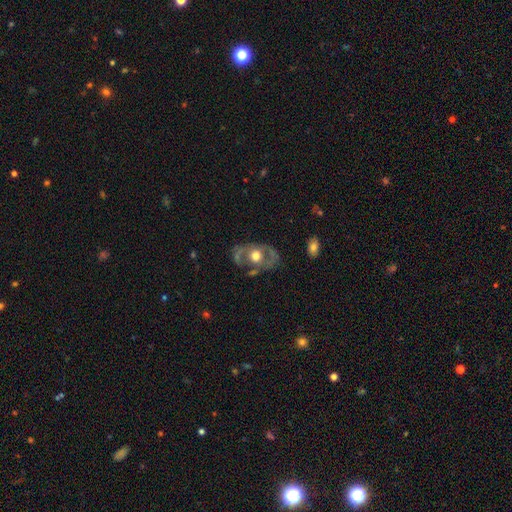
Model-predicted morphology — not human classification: type=featured or disk (67%); edge-on=no (92%); bar=no (82%); spiral arms=no (64%); bulge=moderate (65%); merging=none (67%).